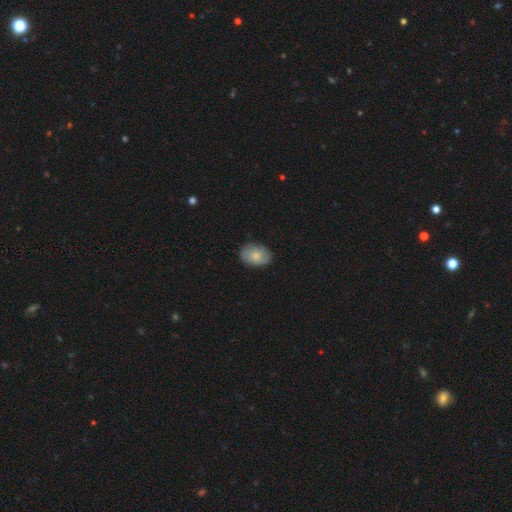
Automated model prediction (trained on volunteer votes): A smooth galaxy with no disk features (70%) that is in between round and cigar-shaped (75%).

Vote fractions:
- Smooth or featured? smooth: 70% / featured or disk: 23% / star or artifact: 7%
- How rounded? in between: 75% / round: 24% / cigar-shaped: 1%
- Merging? none: 81% / minor disturbance: 15% / major disturbance: 3% / merger: 1%